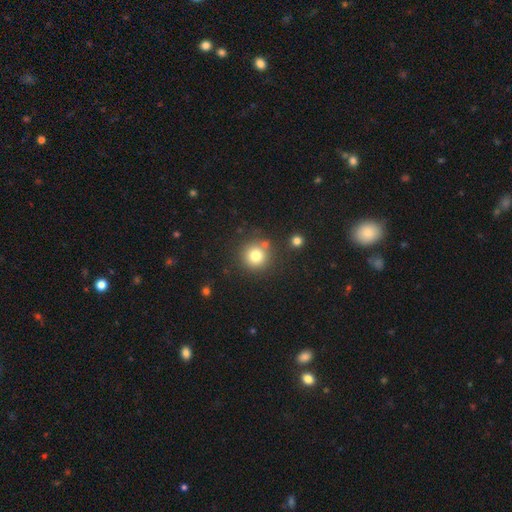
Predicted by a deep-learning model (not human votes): Overall: smooth (77%). How rounded: round (94%). Merging: none (79%).